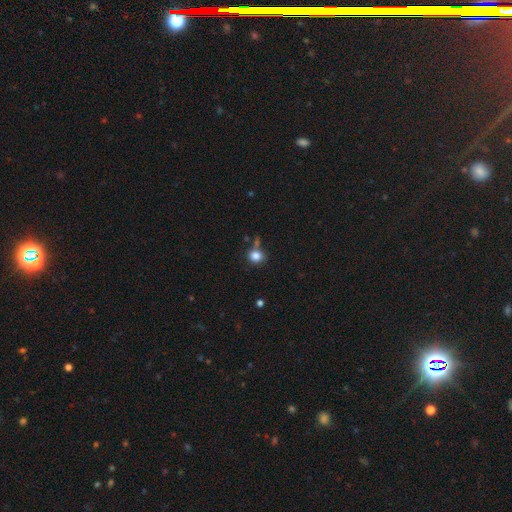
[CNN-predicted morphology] Overall: smooth (83%). How rounded: round (82%). Merging: none (66%).